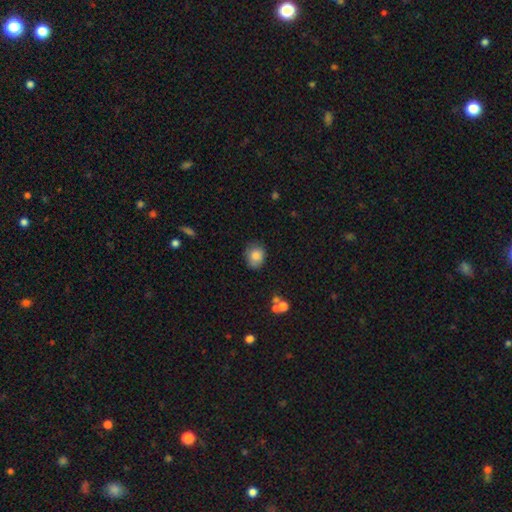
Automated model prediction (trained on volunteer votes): smooth_or_featured: smooth (p=0.82) [alt: featured or disk p=0.09]
how_rounded: round (p=0.59) [alt: in between p=0.40]
merging: none (p=0.74) [alt: minor disturbance p=0.20]